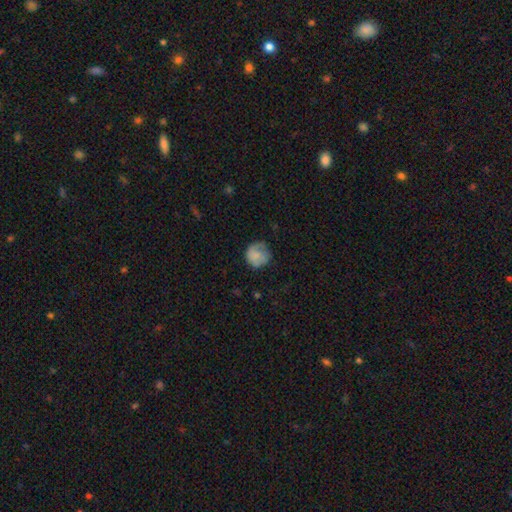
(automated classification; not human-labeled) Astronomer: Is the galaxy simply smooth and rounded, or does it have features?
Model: smooth — 69%.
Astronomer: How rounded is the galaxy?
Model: round — 86%.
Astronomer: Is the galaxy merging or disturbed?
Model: none — 58%.